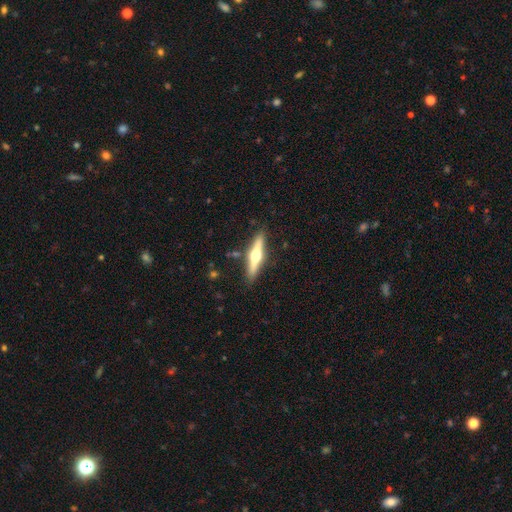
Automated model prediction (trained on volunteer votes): Smooth or featured? featured or disk (68%)
Edge-on disk? yes (97%)
Edge-on bulge? rounded (96%)
Merging? none (87%)